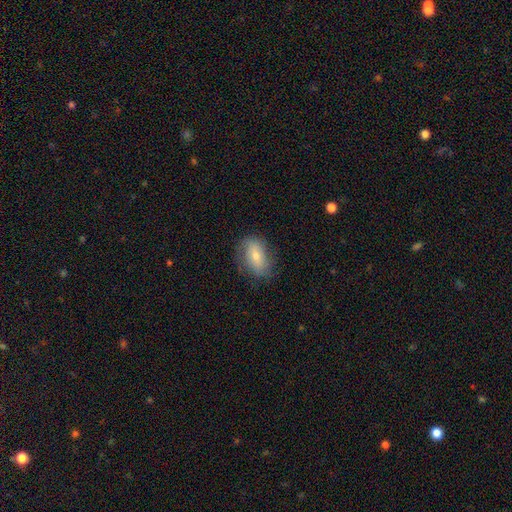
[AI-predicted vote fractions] Smooth or featured: smooth — 65% (featured or disk — 27%)
How rounded: in between — 82% (round — 14%)
Merging: none — 73% (minor disturbance — 19%)